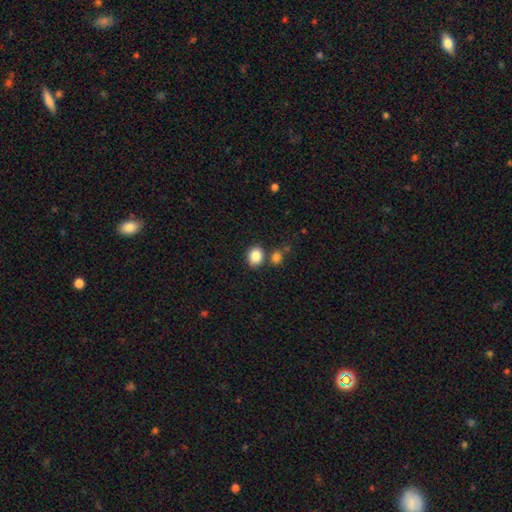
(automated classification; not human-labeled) Q: Smooth or featured?
A: smooth (85%); runner-up: star or artifact (9%)
Q: How rounded?
A: round (57%); runner-up: in between (42%)
Q: Merging?
A: none (71%); runner-up: merger (14%)